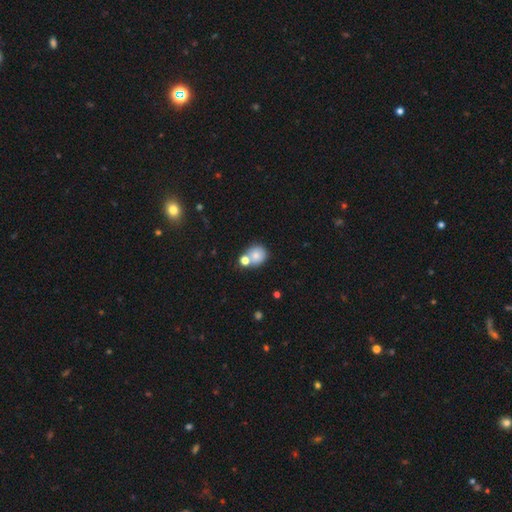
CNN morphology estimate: The model was most divided on "merging": none: 51%, merger: 34%, minor disturbance: 11%, major disturbance: 4%. More confident: smooth or featured — smooth (77%); how rounded — round (76%).